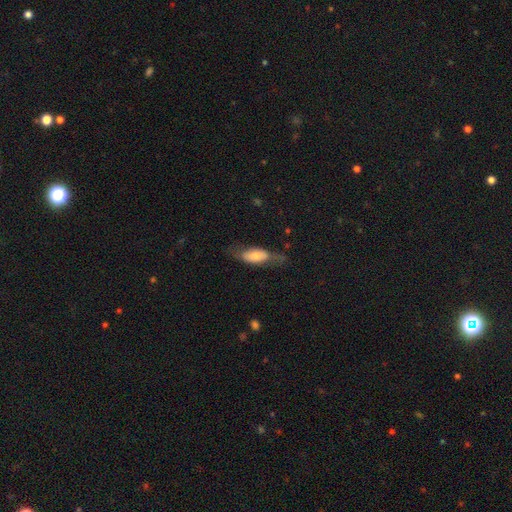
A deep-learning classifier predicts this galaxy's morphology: Smooth or featured: smooth — 56% (featured or disk — 37%)
How rounded: in between — 70% (cigar-shaped — 26%)
Merging: none — 58% (minor disturbance — 25%)